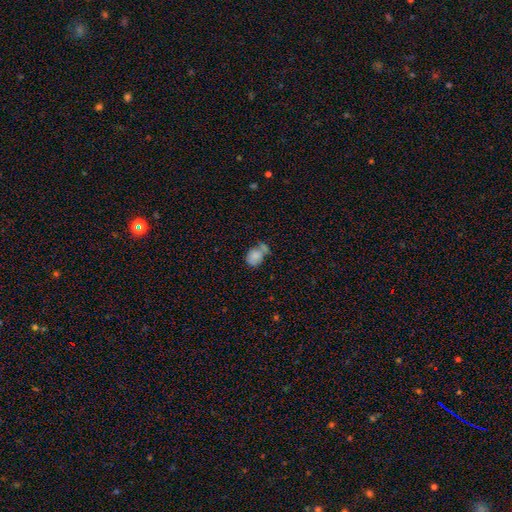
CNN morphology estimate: Overall: smooth (78%). How rounded: in between (56%; round 43%). Merging: merger (36%; none 33%).